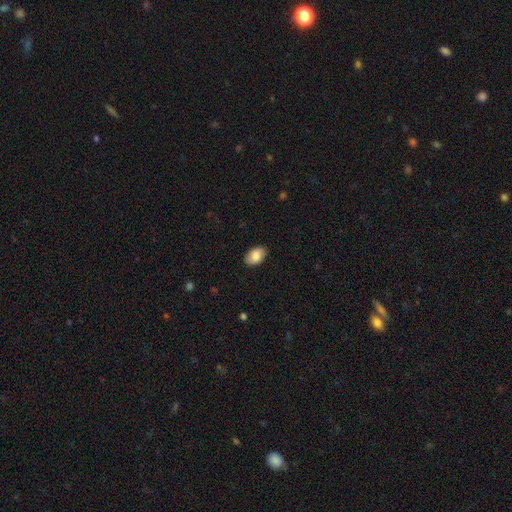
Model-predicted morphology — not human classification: Smooth or featured?
  - smooth: 86% *
  - featured or disk: 8%
  - star or artifact: 7%
How rounded?
  - in between: 92% *
  - round: 7%
  - cigar-shaped: 1%
Merging?
  - none: 88% *
  - minor disturbance: 9%
  - major disturbance: 2%
  - merger: 1%